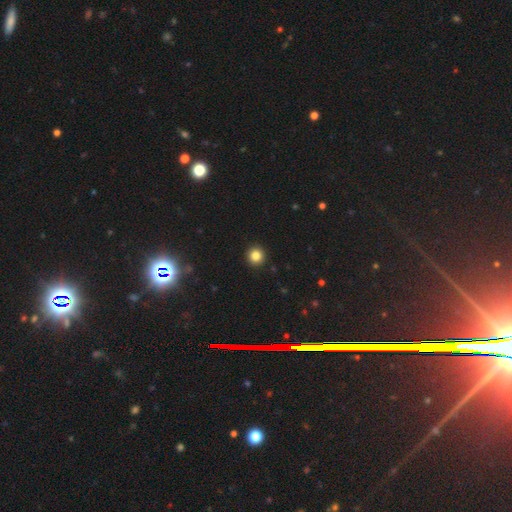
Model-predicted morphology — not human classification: A smooth galaxy with no disk features (84%) that is round (95%). Merging: none (93%).